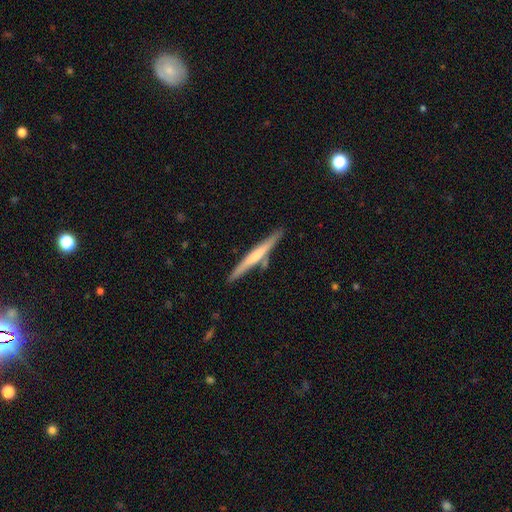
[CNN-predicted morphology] This appears to be a featured or disk galaxy (51%) viewed edge-on (97%). Merging: none (81%).